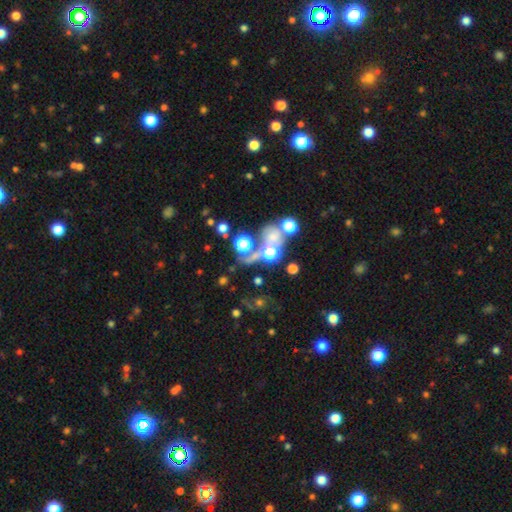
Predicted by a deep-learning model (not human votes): smooth_or_featured: star or artifact (p=0.43) [alt: smooth p=0.39]